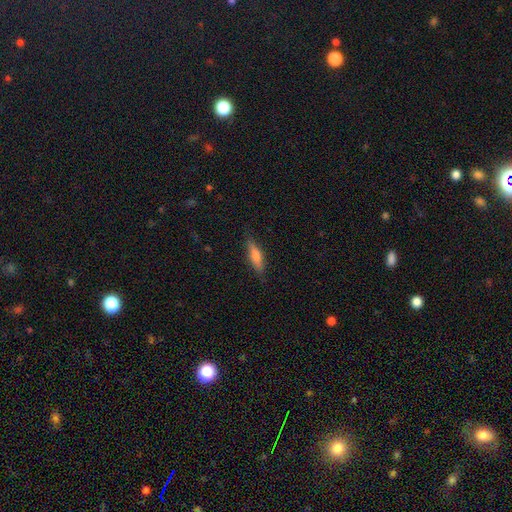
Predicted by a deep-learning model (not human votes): Smooth or featured?
  - smooth: 59% *
  - featured or disk: 34%
  - star or artifact: 7%
How rounded?
  - cigar-shaped: 70% *
  - in between: 28%
  - round: 2%
Merging?
  - none: 84% *
  - minor disturbance: 13%
  - major disturbance: 3%
  - merger: 1%